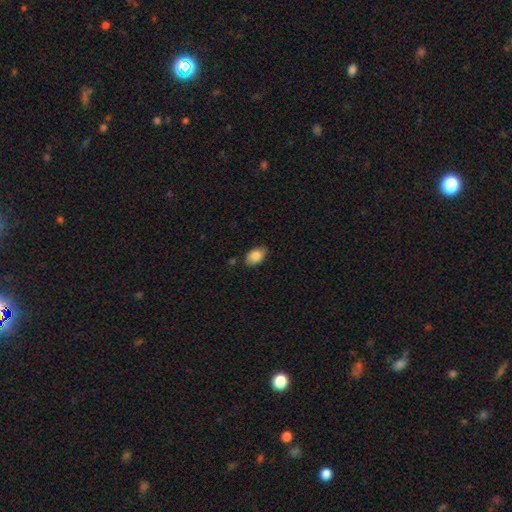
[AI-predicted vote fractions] This appears to be a smooth galaxy with no disk features (86%) that is in between round and cigar-shaped (90%). Merging: none (81%).